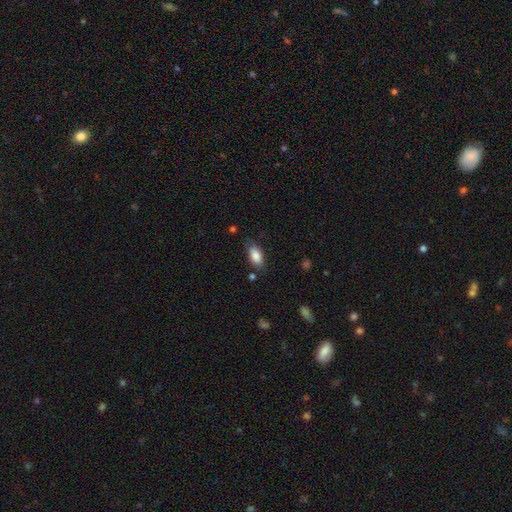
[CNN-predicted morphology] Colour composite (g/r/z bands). It shows a smooth galaxy with no disk features (85%) that is in between round and cigar-shaped (90%). Merging: none (73%).